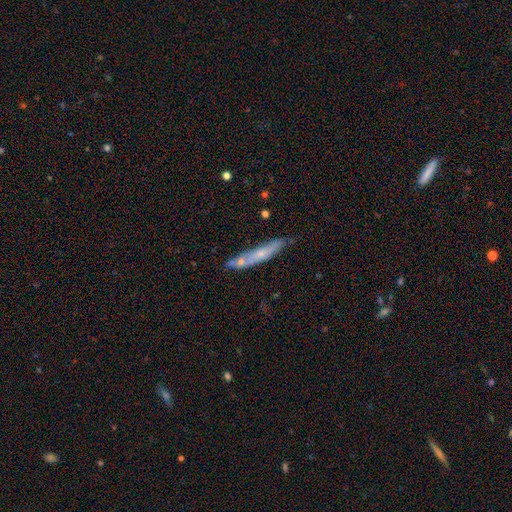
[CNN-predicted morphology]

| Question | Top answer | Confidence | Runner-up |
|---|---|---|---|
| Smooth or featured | featured or disk | 49% | smooth (40%) |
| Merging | none | 72% | minor disturbance (18%) |